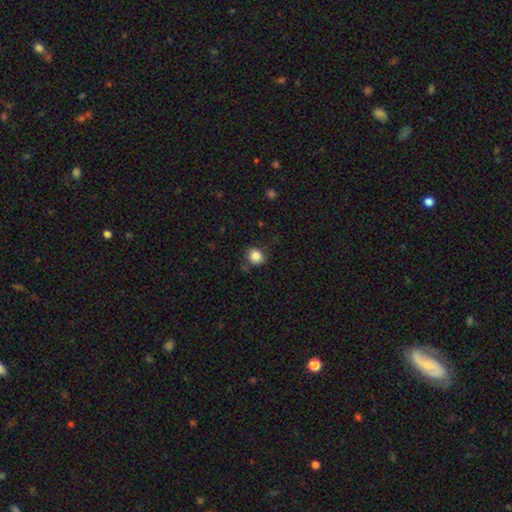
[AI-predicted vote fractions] Overall: smooth (85%). How rounded: round (80%). Merging: none (78%).